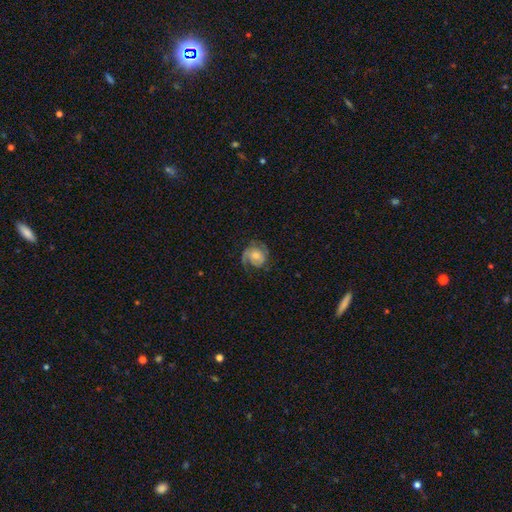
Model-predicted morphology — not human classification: The model was most divided on "spiral winding": tight: 42%, medium: 40%, loose: 18%. More confident: edge-on disk — no (98%); spiral arms — yes (90%); smooth or featured — featured or disk (69%); bar — no (65%); merging — none (64%); spiral arm count — 2 (62%); bulge size — moderate (56%).